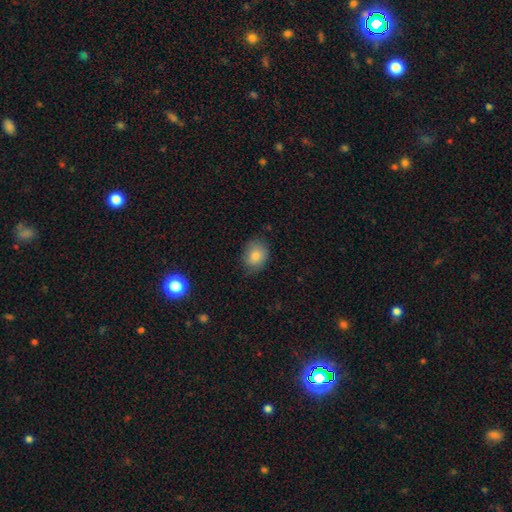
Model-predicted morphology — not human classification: Overall: smooth (84%). How rounded: in between (50%; round 49%). Merging: none (74%).